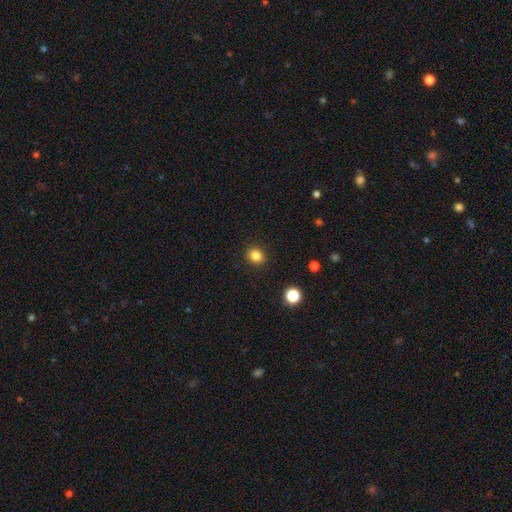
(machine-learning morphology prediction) type=smooth (84%); roundness=round (72%); merging=none (91%).